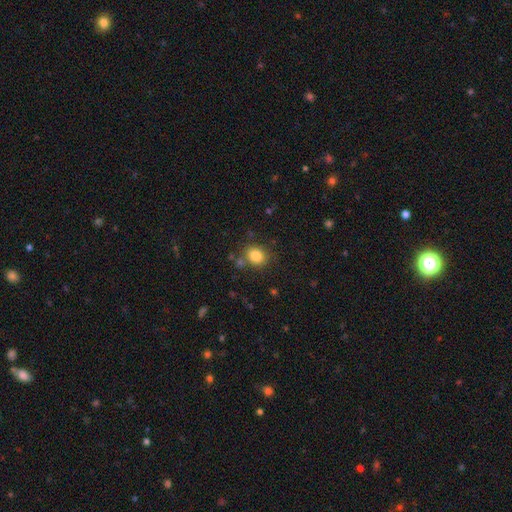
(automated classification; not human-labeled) Overall: smooth (83%). How rounded: round (60%; in between 39%). Merging: none (77%).